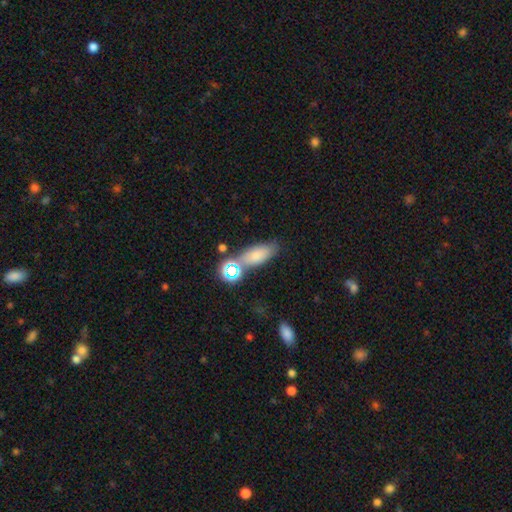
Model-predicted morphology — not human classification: Smooth or featured: smooth — 73% (star or artifact — 15%)
How rounded: in between — 71% (cigar-shaped — 21%)
Merging: none — 64% (merger — 16%)